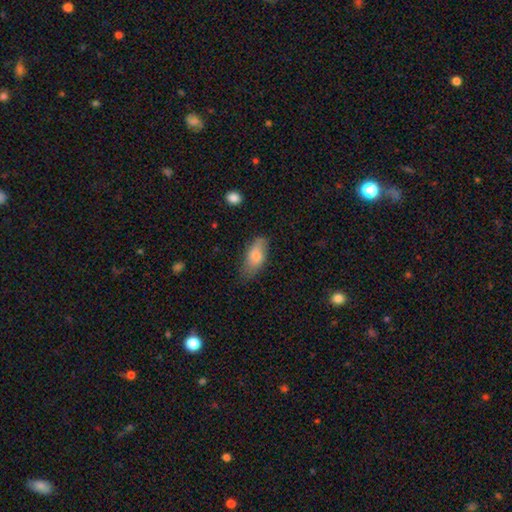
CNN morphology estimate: Smooth or featured?
  - smooth: 72% *
  - featured or disk: 21%
  - star or artifact: 7%
How rounded?
  - in between: 83% *
  - cigar-shaped: 13%
  - round: 3%
Merging?
  - none: 64% *
  - minor disturbance: 28%
  - major disturbance: 6%
  - merger: 2%